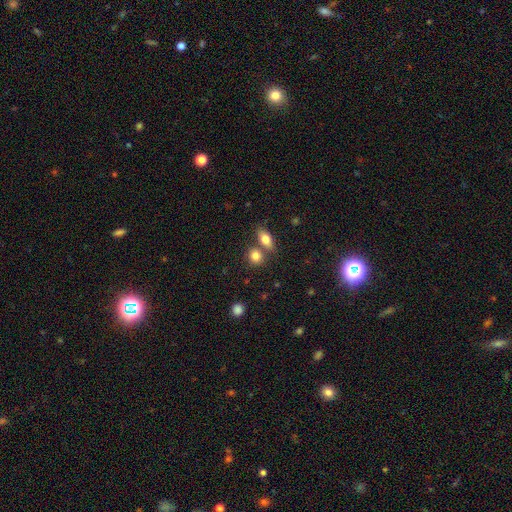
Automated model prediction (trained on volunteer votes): Smooth or featured? smooth (81%)
How rounded? round (56%)
Merging? none (58%)